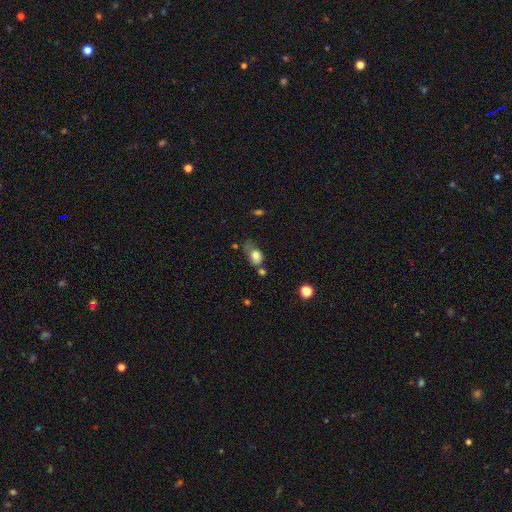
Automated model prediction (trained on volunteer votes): Q: Smooth or featured?
A: smooth (77%); runner-up: featured or disk (13%)
Q: How rounded?
A: in between (69%); runner-up: round (29%)
Q: Merging?
A: none (36%); runner-up: minor disturbance (32%)